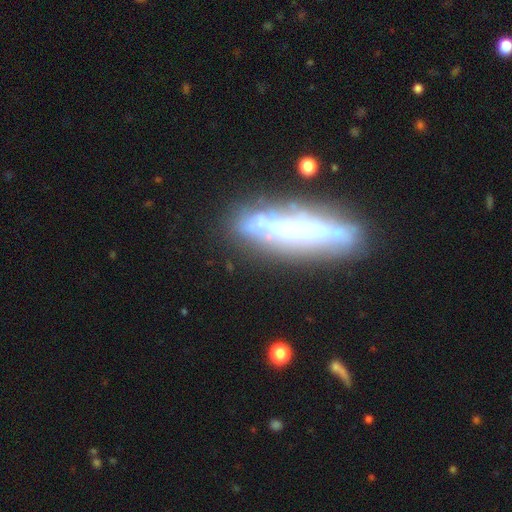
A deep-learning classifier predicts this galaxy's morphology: Overall: featured or disk (70%). Edge-on disk: yes (72%). Edge-on bulge: none (56%; rounded 22%). Merging: none (75%).